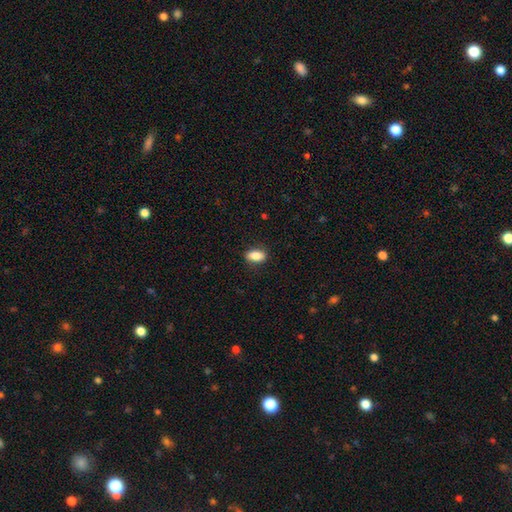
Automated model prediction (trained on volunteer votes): Smooth or featured? smooth (84%)
How rounded? in between (87%)
Merging? none (86%)